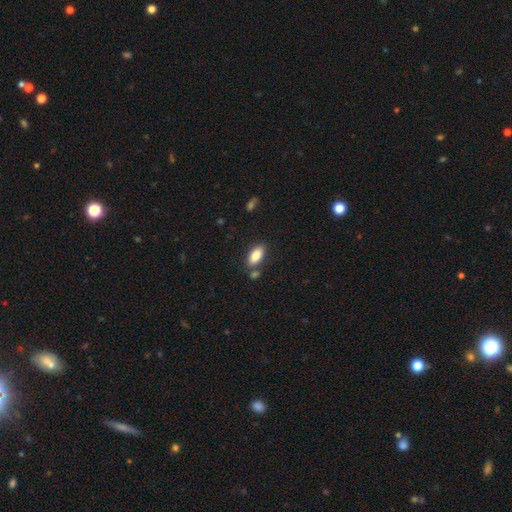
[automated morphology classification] type=smooth (85%); roundness=in between (89%); merging=none (75%).